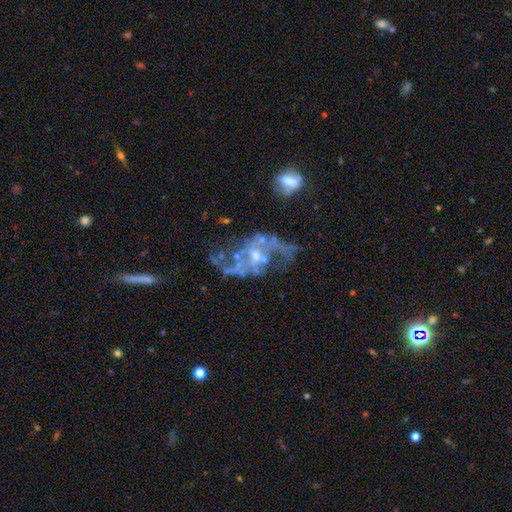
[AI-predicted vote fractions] Smooth or featured: featured or disk — 78% (star or artifact — 13%)
Edge-on disk: no — 95% (yes — 5%)
Bar: no — 55% (weak — 33%)
Spiral arms: yes — 71% (no — 29%)
Spiral winding: loose — 50% (medium — 34%)
Spiral arm count: 2 — 61% (can't tell — 24%)
Bulge size: small — 51% (moderate — 35%)
Merging: none — 47% (major disturbance — 25%)